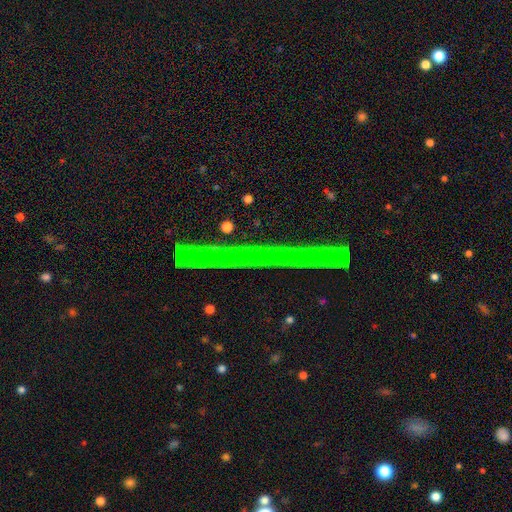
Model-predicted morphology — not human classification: Smooth or featured? star or artifact (80%)